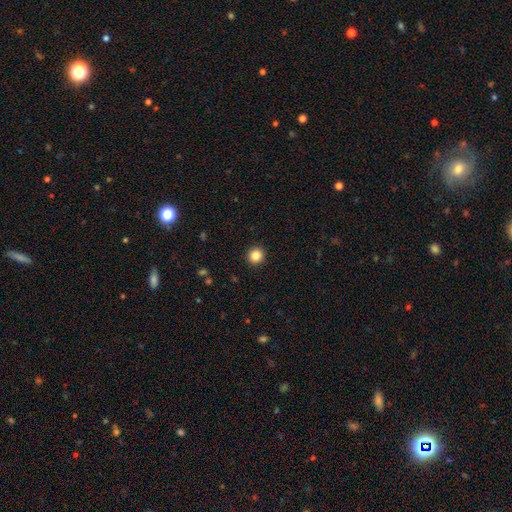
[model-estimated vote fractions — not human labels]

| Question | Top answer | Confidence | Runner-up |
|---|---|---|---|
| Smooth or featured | smooth | 85% | star or artifact (11%) |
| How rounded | round | 94% | in between (5%) |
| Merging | none | 93% | minor disturbance (4%) |